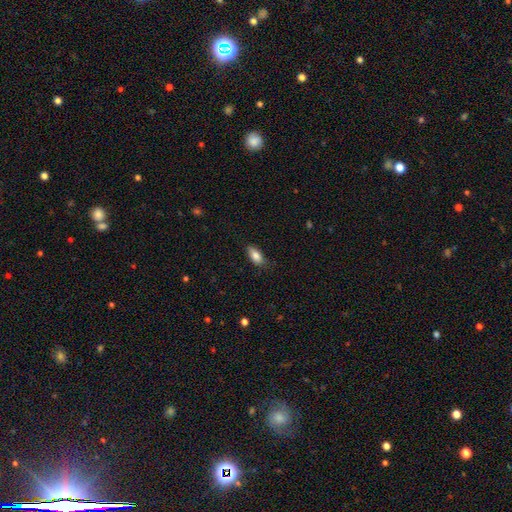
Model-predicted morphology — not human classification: A smooth galaxy with no disk features (84%) that is in between round and cigar-shaped (85%). Merging: none (77%).